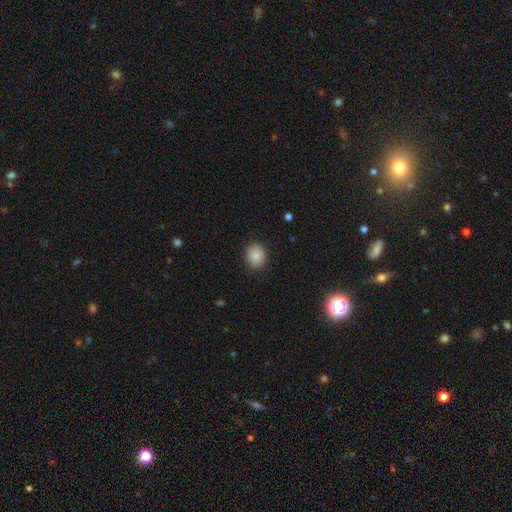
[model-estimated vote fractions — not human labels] Q: Smooth or featured?
A: smooth (87%); runner-up: star or artifact (9%)
Q: How rounded?
A: round (70%); runner-up: in between (29%)
Q: Merging?
A: none (90%); runner-up: minor disturbance (7%)